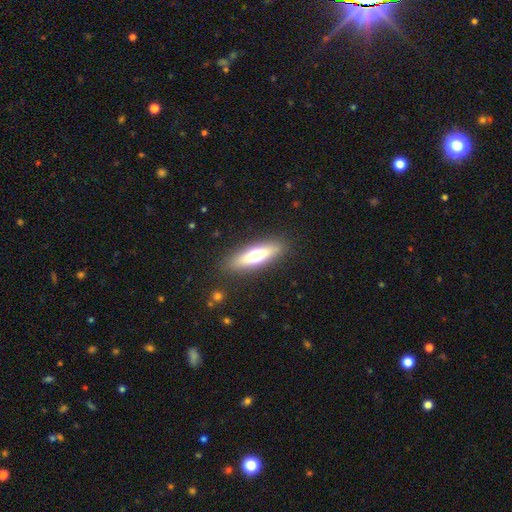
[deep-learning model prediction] Smooth or featured? smooth (57%)
How rounded? cigar-shaped (60%)
Merging? none (88%)